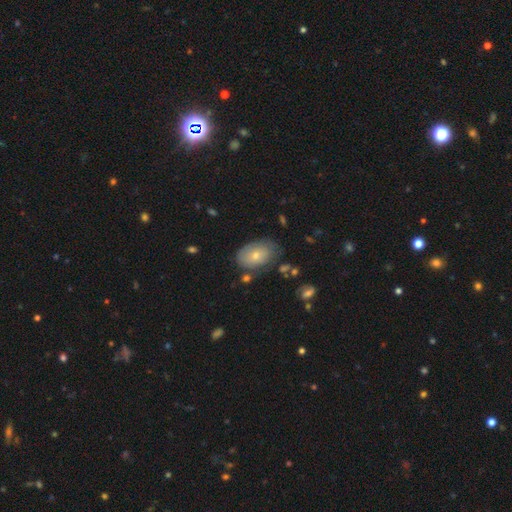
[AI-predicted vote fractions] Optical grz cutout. It shows a smooth galaxy with no disk features (68%) that is in between round and cigar-shaped (88%). Merging: none (64%).